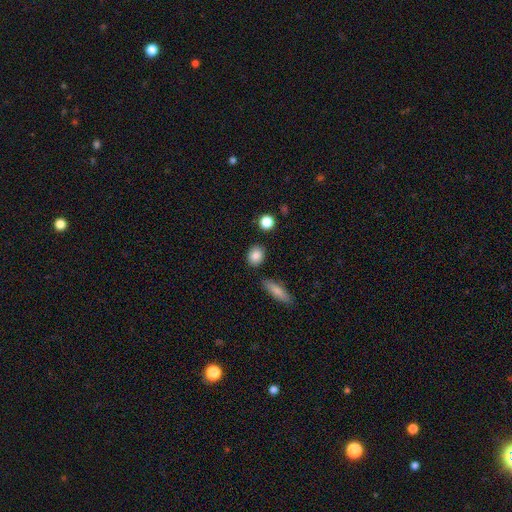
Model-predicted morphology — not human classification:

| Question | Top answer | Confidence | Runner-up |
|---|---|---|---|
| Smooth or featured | smooth | 85% | star or artifact (8%) |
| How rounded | round | 56% | in between (41%) |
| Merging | none | 84% | minor disturbance (9%) |